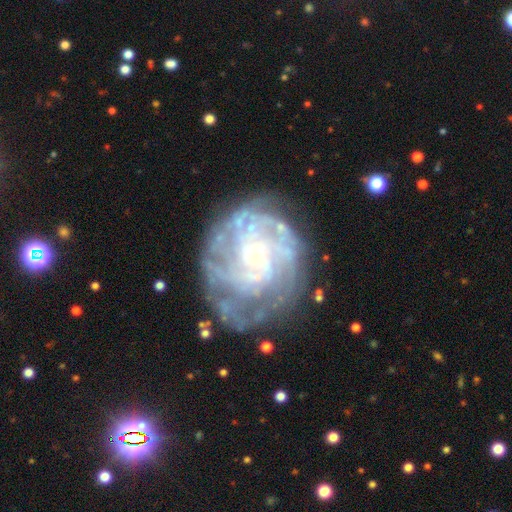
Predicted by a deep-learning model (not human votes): smooth-or-featured: featured or disk: 84% | smooth: 8% | star or artifact: 7%
  disk-edge-on: no: 98% | yes: 2%
    bar: no: 74% | weak: 20% | strong: 5%
    has-spiral-arms: yes: 92% | no: 8%
      spiral-winding: tight: 68% | medium: 25% | loose: 7%
      spiral-arm-count: can't tell: 37% | 4: 18% | more than 4: 15% | 3: 13% | 2: 11% | 1: 7%
    bulge-size: small: 85% | moderate: 9% | none: 3% | large: 1% | dominant: 1%
  merging: none: 71% | minor disturbance: 17% | major disturbance: 10% | merger: 2%